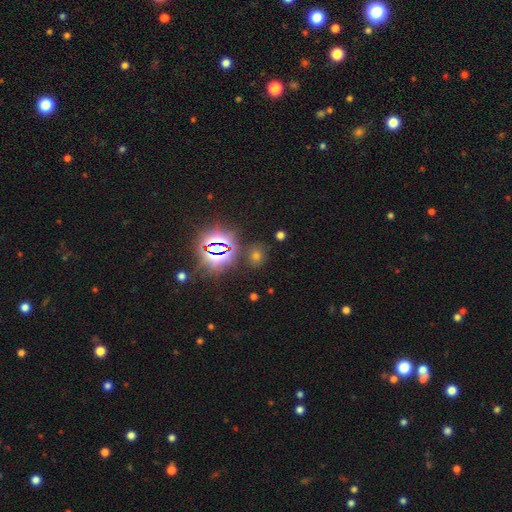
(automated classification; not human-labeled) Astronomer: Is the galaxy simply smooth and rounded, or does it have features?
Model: star or artifact — 49% (runner-up: smooth, 43%).